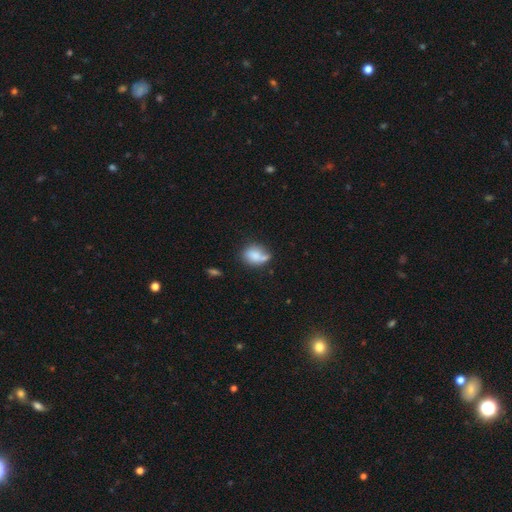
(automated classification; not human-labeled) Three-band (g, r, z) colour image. It shows a smooth galaxy with no disk features (75%) that is in between round and cigar-shaped (63%). Merging: none (39%).